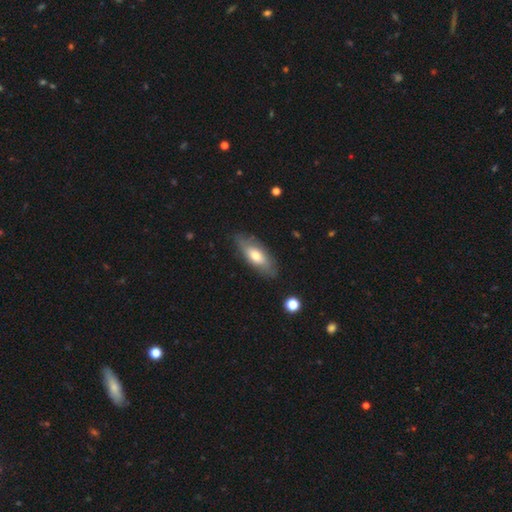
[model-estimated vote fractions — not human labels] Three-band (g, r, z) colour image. It shows a smooth galaxy with no disk features (60%) that is in between round and cigar-shaped (73%). Merging: none (81%).